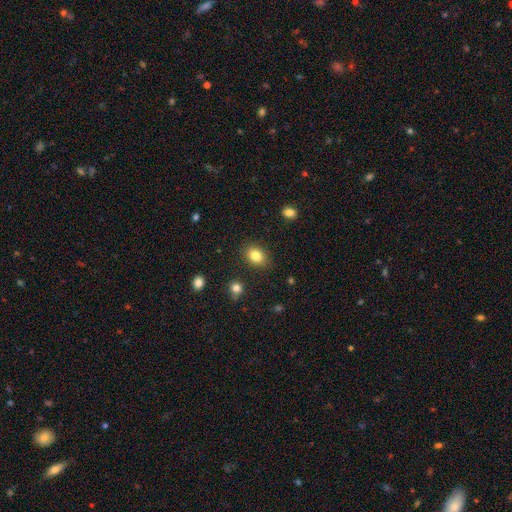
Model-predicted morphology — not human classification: Smooth or featured? Predicted: smooth (p=0.83). How rounded? Predicted: in between (p=0.69). Merging? Predicted: none (p=0.85).